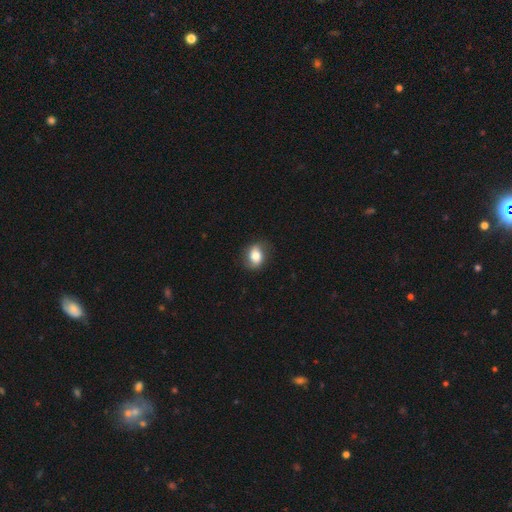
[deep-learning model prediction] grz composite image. It shows a smooth galaxy with no disk features (67%) that is in between round and cigar-shaped (65%). Merging: none (79%).